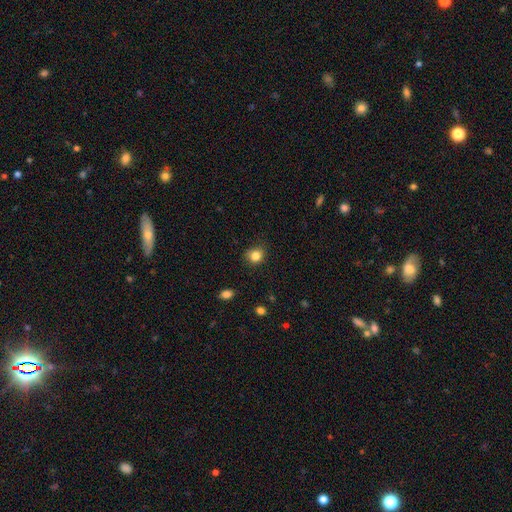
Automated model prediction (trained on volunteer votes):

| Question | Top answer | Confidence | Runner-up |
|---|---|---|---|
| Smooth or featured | smooth | 84% | star or artifact (11%) |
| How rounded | round | 74% | in between (25%) |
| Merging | none | 78% | minor disturbance (17%) |